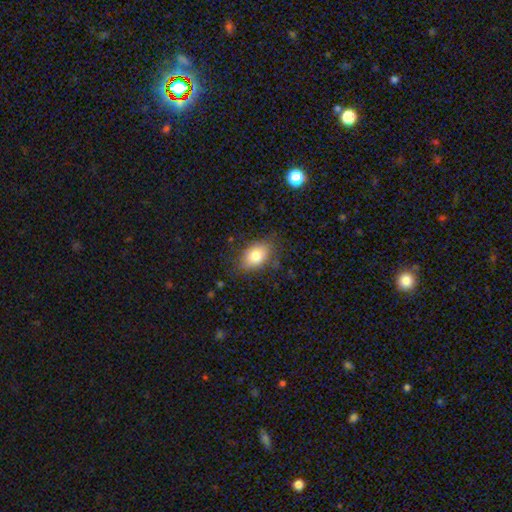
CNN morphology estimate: smooth_or_featured: smooth (p=0.80) [alt: featured or disk p=0.12]
how_rounded: in between (p=0.82) [alt: round p=0.17]
merging: none (p=0.77) [alt: minor disturbance p=0.17]